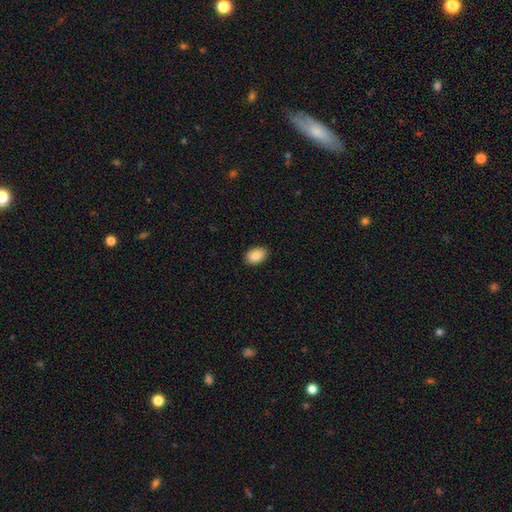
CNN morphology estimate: The model was most divided on "how rounded": in between: 89%, round: 10%, cigar-shaped: 1%. More confident: smooth or featured — smooth (89%); merging — none (89%).